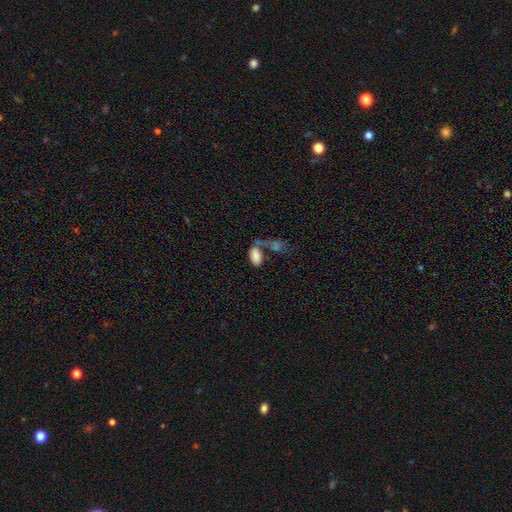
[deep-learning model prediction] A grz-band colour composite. It shows a smooth galaxy with no disk features (83%) that is in between round and cigar-shaped (94%). Merging: none (42%).